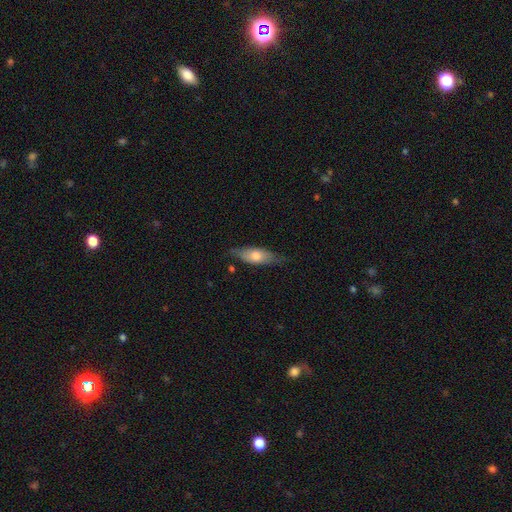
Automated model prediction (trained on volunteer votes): Smooth or featured? Predicted: smooth (p=0.64). How rounded? Predicted: in between (p=0.68). Merging? Predicted: none (p=0.72).